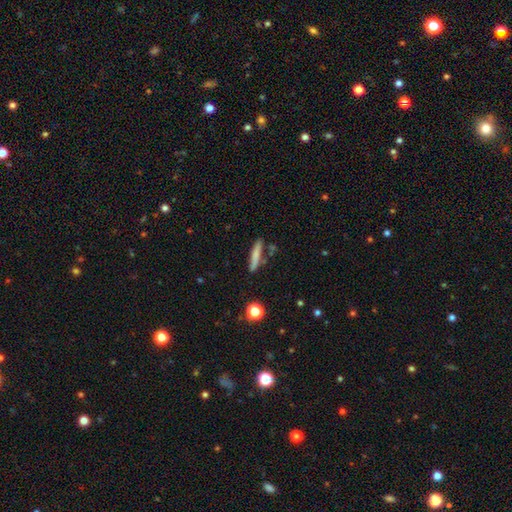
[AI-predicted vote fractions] smooth_or_featured: smooth (p=0.71) [alt: featured or disk p=0.22]
how_rounded: cigar-shaped (p=0.90) [alt: in between p=0.08]
merging: none (p=0.78) [alt: minor disturbance p=0.12]